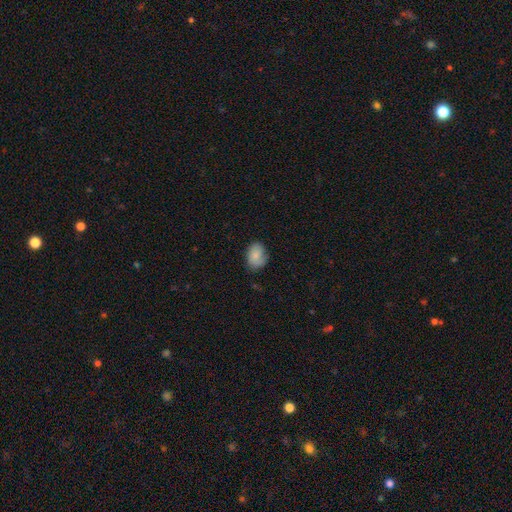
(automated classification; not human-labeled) Smooth or featured?
  - smooth: 80% *
  - featured or disk: 12%
  - star or artifact: 7%
How rounded?
  - in between: 70% *
  - round: 29%
  - cigar-shaped: 1%
Merging?
  - none: 68% *
  - minor disturbance: 25%
  - major disturbance: 6%
  - merger: 1%